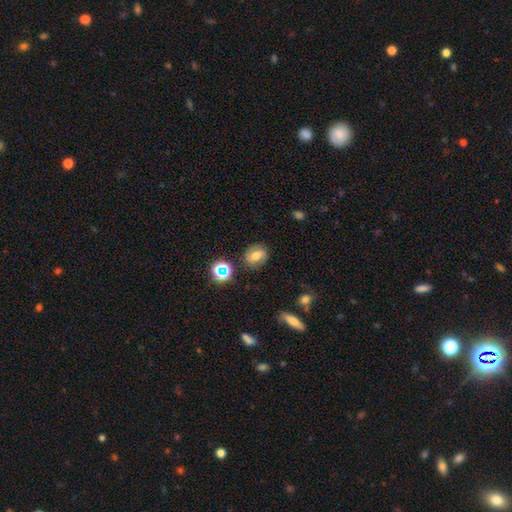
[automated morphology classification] Smooth or featured?
  - smooth: 58% *
  - featured or disk: 26%
  - star or artifact: 16%
How rounded?
  - round: 61% *
  - in between: 37%
  - cigar-shaped: 1%
Merging?
  - none: 81% *
  - minor disturbance: 12%
  - major disturbance: 4%
  - merger: 3%